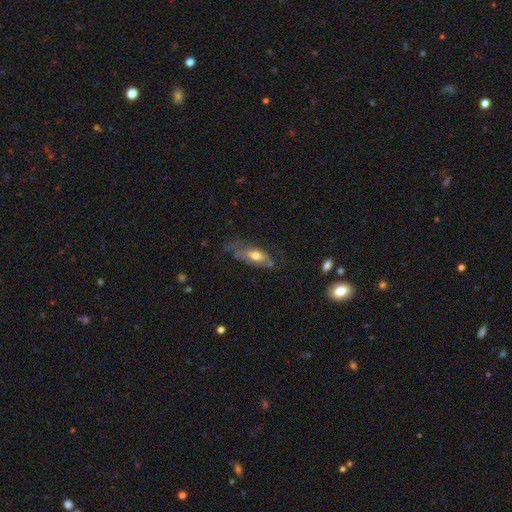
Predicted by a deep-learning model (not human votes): smooth_or_featured: smooth (p=0.48) [alt: featured or disk p=0.45]
merging: none (p=0.42) [alt: minor disturbance p=0.30]